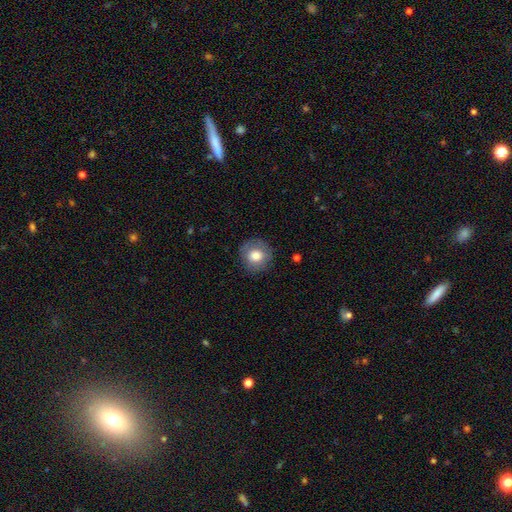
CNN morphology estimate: This is likely a smooth galaxy (77%). How rounded: clearly round (91%). Merging: clearly none (84%).